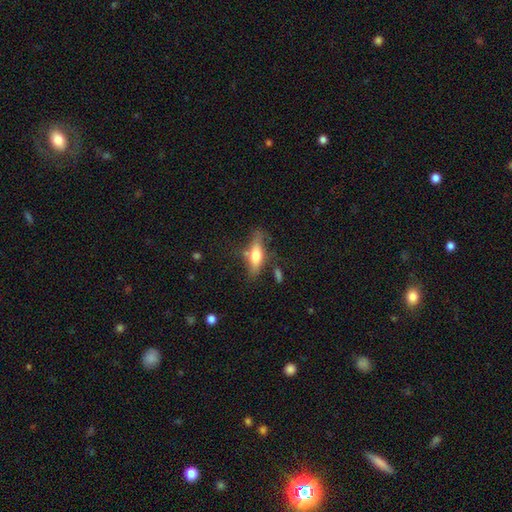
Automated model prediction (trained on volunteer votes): smooth-or-featured: smooth: 58% | featured or disk: 35% | star or artifact: 7%
  how-rounded: in between: 53% | cigar-shaped: 44% | round: 3%
  merging: none: 60% | minor disturbance: 23% | major disturbance: 10% | merger: 7%